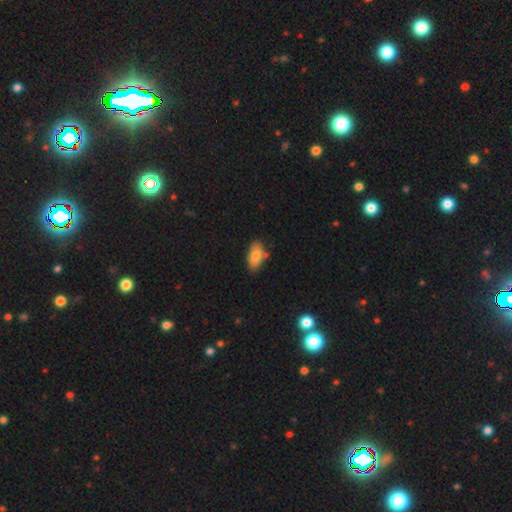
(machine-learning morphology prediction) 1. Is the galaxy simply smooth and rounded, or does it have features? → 79% smooth, 15% featured or disk, 7% star or artifact.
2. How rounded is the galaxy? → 92% in between, 5% cigar-shaped, 3% round.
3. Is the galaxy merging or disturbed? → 72% none, 19% minor disturbance, 6% merger, 3% major disturbance.